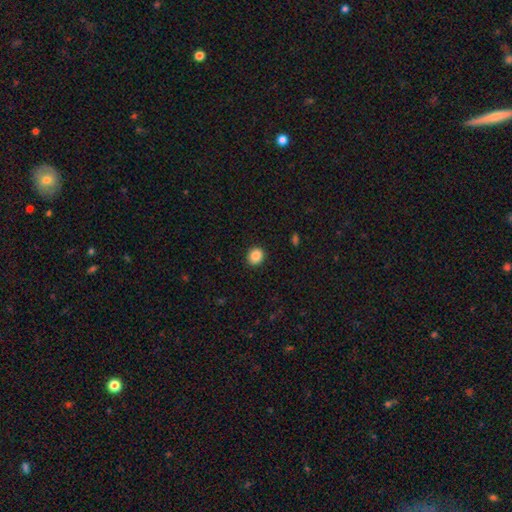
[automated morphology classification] Q: Smooth or featured?
A: smooth (88%); runner-up: star or artifact (9%)
Q: How rounded?
A: round (75%); runner-up: in between (25%)
Q: Merging?
A: none (91%); runner-up: minor disturbance (6%)